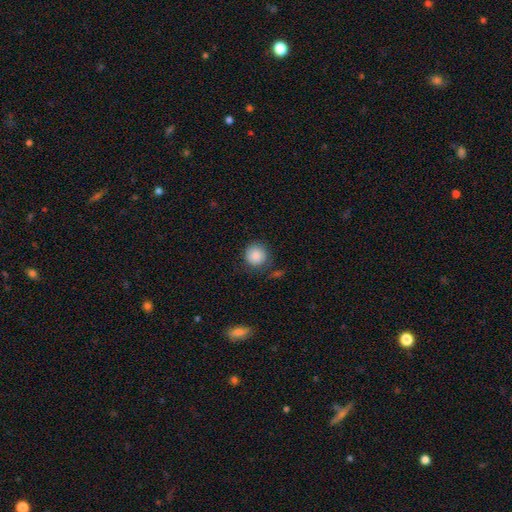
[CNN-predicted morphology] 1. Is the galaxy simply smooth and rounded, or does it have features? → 87% smooth, 8% star or artifact, 4% featured or disk.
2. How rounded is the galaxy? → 93% round, 6% in between, 1% cigar-shaped.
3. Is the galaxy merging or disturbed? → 80% none, 13% minor disturbance, 4% major disturbance, 3% merger.